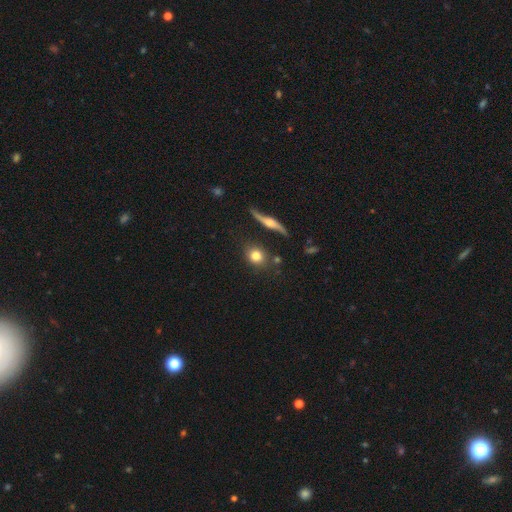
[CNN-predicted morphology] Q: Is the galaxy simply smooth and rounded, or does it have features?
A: smooth — 76%.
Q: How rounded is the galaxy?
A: round — 77%.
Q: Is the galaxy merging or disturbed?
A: none — 77%.